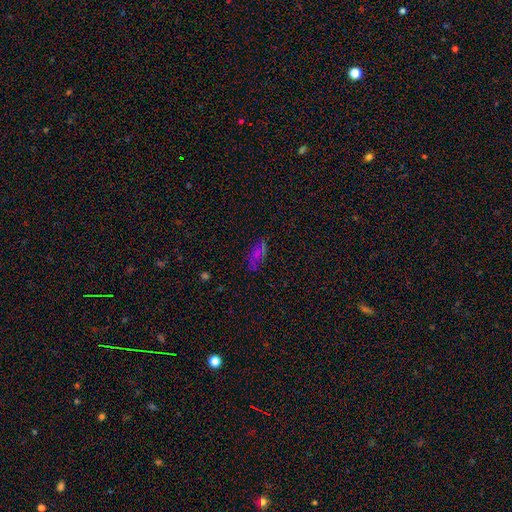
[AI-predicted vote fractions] Q: Smooth or featured?
A: smooth (54%); runner-up: star or artifact (28%)
Q: How rounded?
A: in between (87%); runner-up: cigar-shaped (8%)
Q: Merging?
A: none (70%); runner-up: minor disturbance (20%)